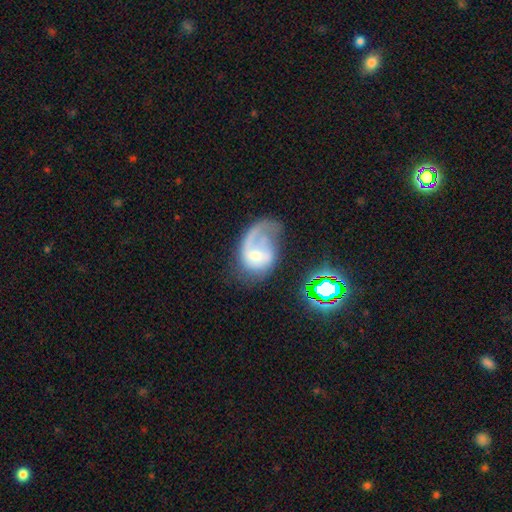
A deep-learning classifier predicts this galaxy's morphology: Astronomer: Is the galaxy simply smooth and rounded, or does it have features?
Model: featured or disk — 67%.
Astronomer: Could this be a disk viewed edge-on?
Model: no — 97%.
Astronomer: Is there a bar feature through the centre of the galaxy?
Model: no — 53% (runner-up: weak, 39%).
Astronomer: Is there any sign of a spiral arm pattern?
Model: yes — 83%.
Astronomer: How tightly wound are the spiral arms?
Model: loose — 45% (runner-up: medium, 35%).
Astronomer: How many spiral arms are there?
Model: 1 — 65%.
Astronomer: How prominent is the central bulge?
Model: small — 46% (runner-up: moderate, 37%).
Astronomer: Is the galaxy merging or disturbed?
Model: major disturbance — 42% (runner-up: none, 30%).